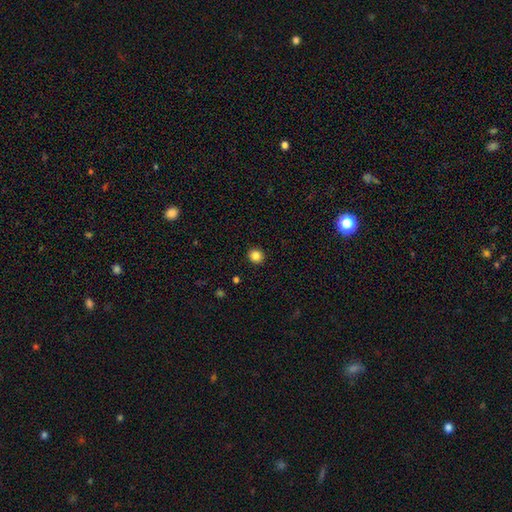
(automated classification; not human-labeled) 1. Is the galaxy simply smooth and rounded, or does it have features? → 85% smooth, 11% star or artifact, 4% featured or disk.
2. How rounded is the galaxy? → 88% round, 11% in between, 1% cigar-shaped.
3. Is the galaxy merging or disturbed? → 92% none, 5% minor disturbance, 2% major disturbance, 1% merger.